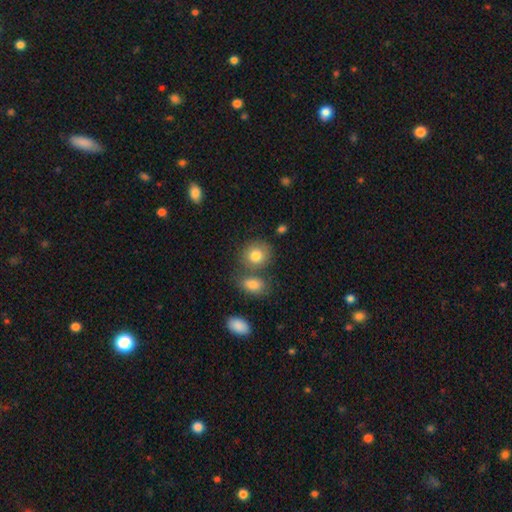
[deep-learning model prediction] A smooth galaxy with no disk features (81%) that is round (64%). Merging: none (58%).